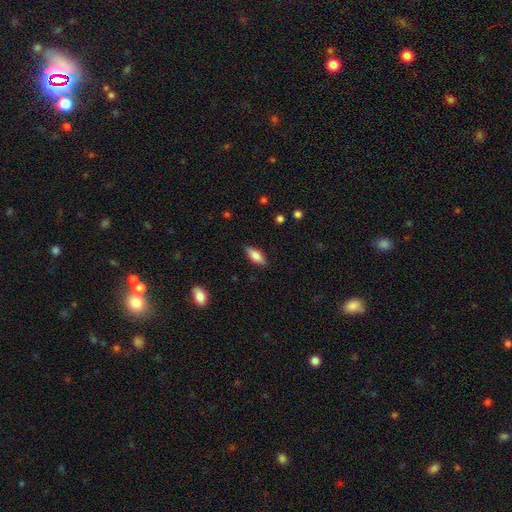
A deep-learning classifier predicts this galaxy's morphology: smooth_or_featured: smooth (p=0.74) [alt: featured or disk p=0.19]
how_rounded: in between (p=0.75) [alt: cigar-shaped p=0.22]
merging: none (p=0.85) [alt: minor disturbance p=0.12]